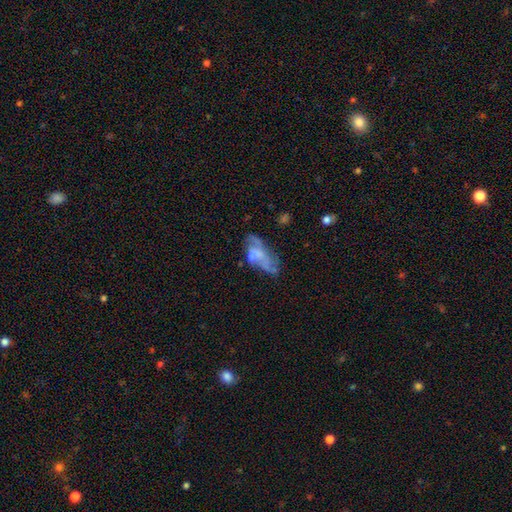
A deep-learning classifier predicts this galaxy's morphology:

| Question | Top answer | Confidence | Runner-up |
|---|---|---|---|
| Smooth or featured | featured or disk | 57% | smooth (33%) |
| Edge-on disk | no | 92% | yes (8%) |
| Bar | no | 75% | weak (20%) |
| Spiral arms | no | 52% | yes (48%) |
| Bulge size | none | 44% | small (34%) |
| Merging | none | 38% | major disturbance (26%) |